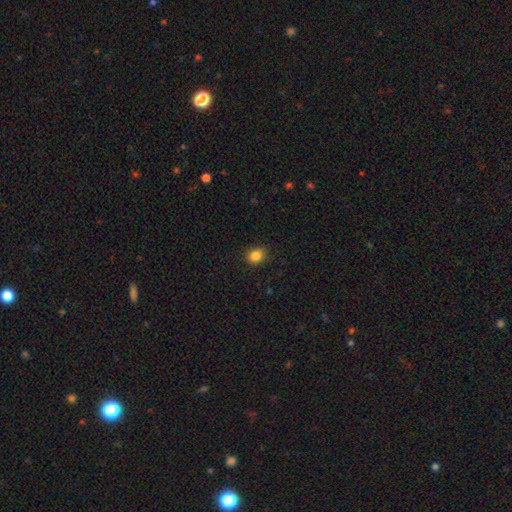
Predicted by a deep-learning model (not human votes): smooth 85%, star or artifact 11%, featured or disk 4%. Down the decision tree: how rounded — round (70%); merging — none (87%).